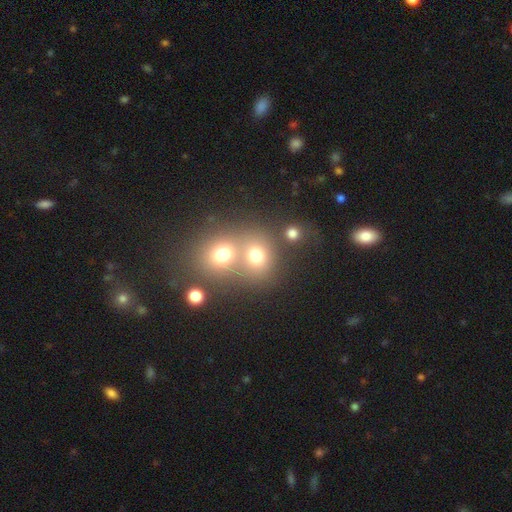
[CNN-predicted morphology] A smooth galaxy with no disk features (73%) that is round (76%). Merging: merger (52%).